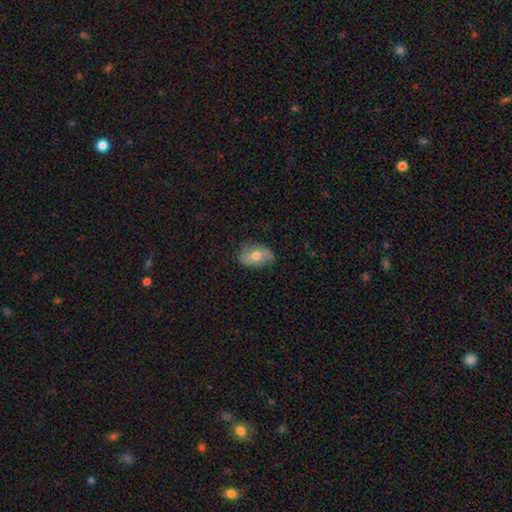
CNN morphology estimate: This appears to be a smooth galaxy with no disk features (63%) that is in between round and cigar-shaped (82%). Merging: none (75%).